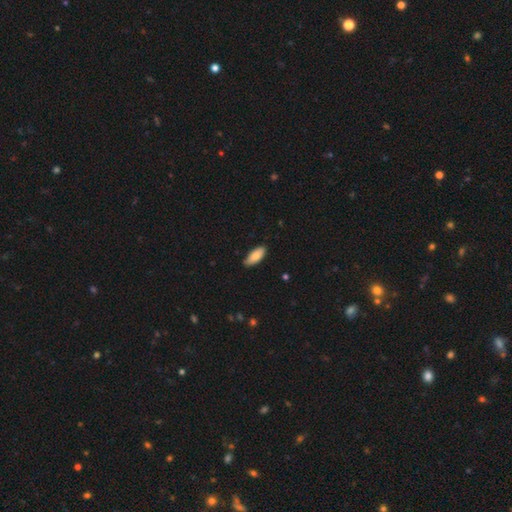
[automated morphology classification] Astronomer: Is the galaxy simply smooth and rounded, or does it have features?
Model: smooth — 85%.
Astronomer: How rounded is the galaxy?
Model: in between — 81%.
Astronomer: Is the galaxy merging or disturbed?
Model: none — 84%.